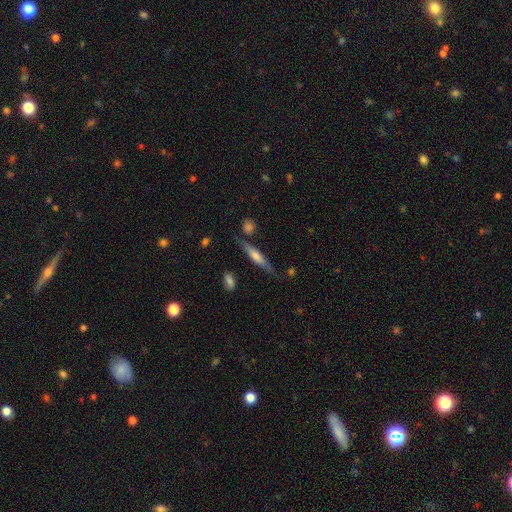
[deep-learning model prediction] Smooth or featured: featured or disk — 56% (smooth — 38%)
Edge-on disk: yes — 95% (no — 5%)
Edge-on bulge: rounded — 64% (boxy — 22%)
Merging: none — 79% (minor disturbance — 14%)